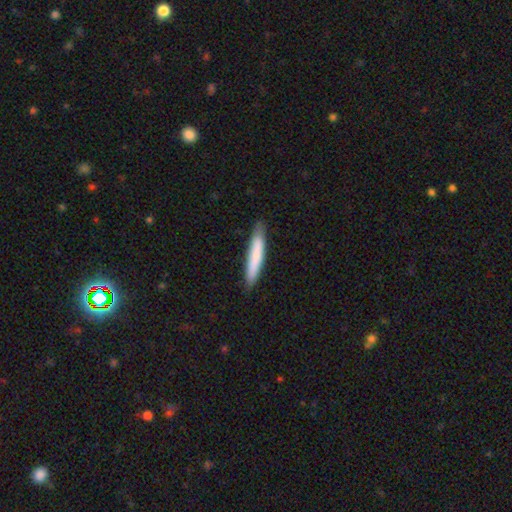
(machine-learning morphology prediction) This is likely a smooth galaxy (76%). How rounded: clearly cigar-shaped (93%). Merging: clearly none (86%).